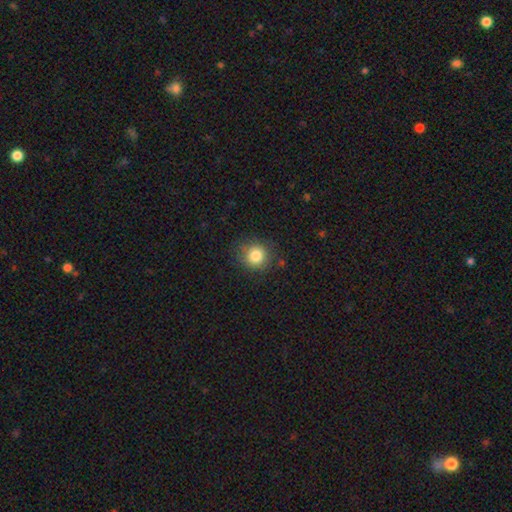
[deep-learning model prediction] Smooth or featured? smooth (83%)
How rounded? round (90%)
Merging? none (83%)